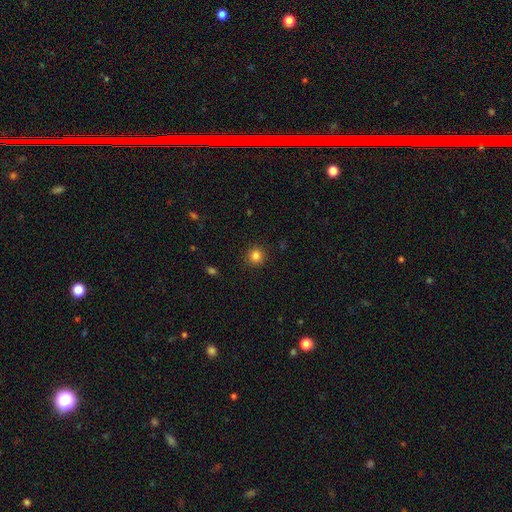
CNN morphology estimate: Overall: smooth (83%). How rounded: round (94%). Merging: none (91%).